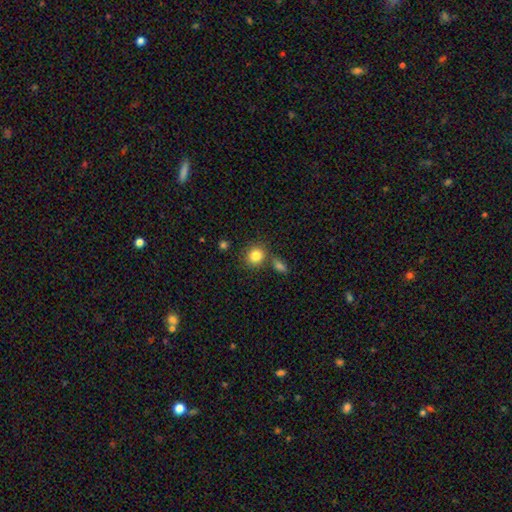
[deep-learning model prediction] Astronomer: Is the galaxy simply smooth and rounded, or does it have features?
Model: smooth — 83%.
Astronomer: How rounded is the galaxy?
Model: round — 78%.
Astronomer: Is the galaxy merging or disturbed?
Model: none — 73%.